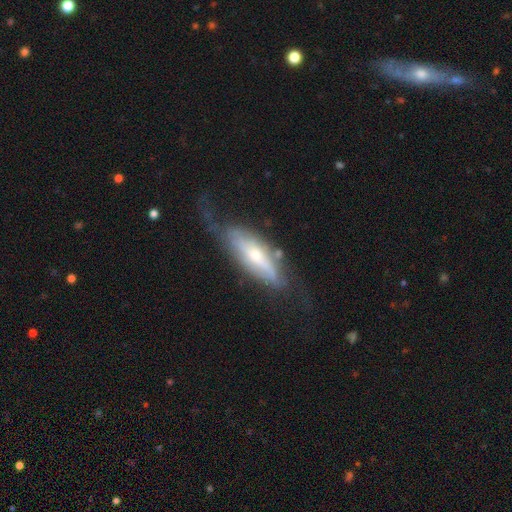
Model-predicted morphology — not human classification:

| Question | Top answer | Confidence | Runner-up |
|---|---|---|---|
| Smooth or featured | featured or disk | 66% | smooth (28%) |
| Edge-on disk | no | 51% | yes (49%) |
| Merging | none | 46% | minor disturbance (29%) |